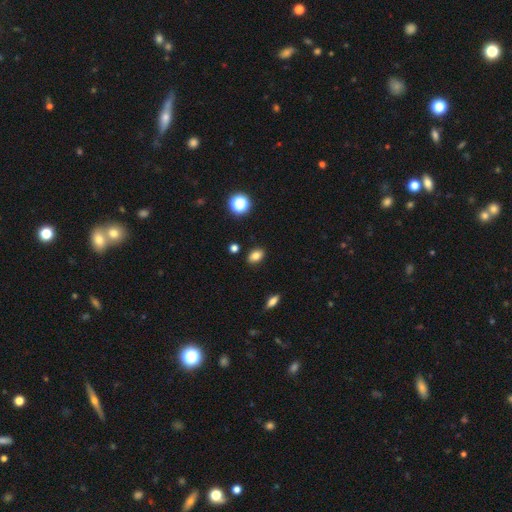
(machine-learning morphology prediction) smooth-or-featured: smooth: 81% | star or artifact: 12% | featured or disk: 7%
  how-rounded: in between: 80% | round: 18% | cigar-shaped: 2%
  merging: none: 88% | minor disturbance: 8% | major disturbance: 2% | merger: 2%